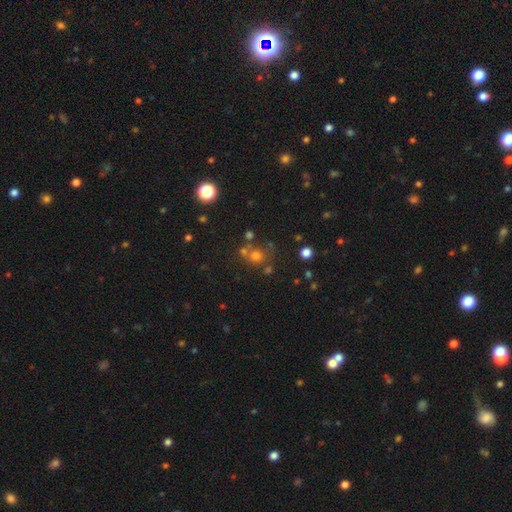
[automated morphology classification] Q: Smooth or featured?
A: smooth (63%); runner-up: star or artifact (25%)
Q: How rounded?
A: round (87%); runner-up: in between (12%)
Q: Merging?
A: none (61%); runner-up: merger (24%)